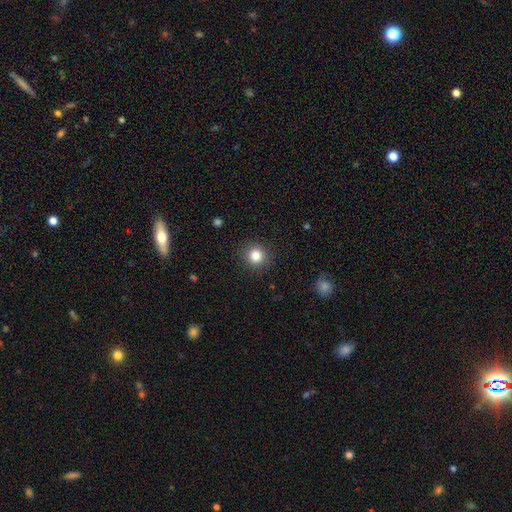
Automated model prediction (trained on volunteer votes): smooth-or-featured: smooth: 84% | star or artifact: 11% | featured or disk: 5%
  how-rounded: round: 91% | in between: 8% | cigar-shaped: 1%
  merging: none: 89% | minor disturbance: 7% | major disturbance: 3% | merger: 1%